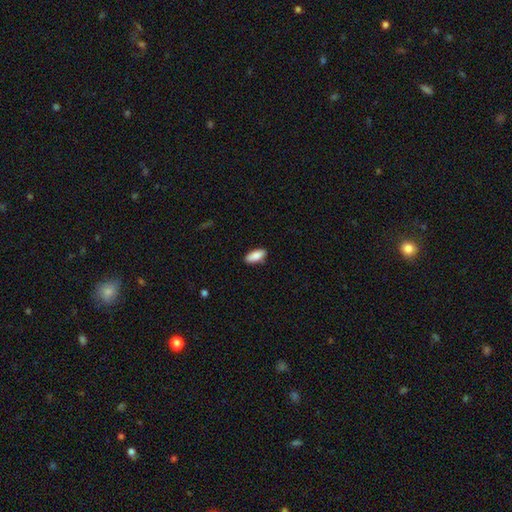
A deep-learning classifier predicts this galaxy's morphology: Smooth or featured: smooth — 88% (featured or disk — 6%)
How rounded: in between — 86% (cigar-shaped — 13%)
Merging: none — 86% (minor disturbance — 11%)